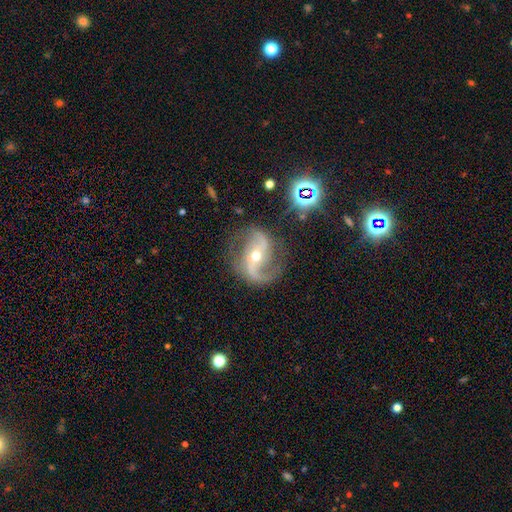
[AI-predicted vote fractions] The model was most divided on "bar": no: 36%, weak: 33%, strong: 31%. Remaining: spiral arms — yes (98%); edge-on disk — no (98%); spiral arm count — 2 (92%); smooth or featured — featured or disk (90%); merging — none (78%); bulge size — moderate (50%); spiral winding — loose (48%).